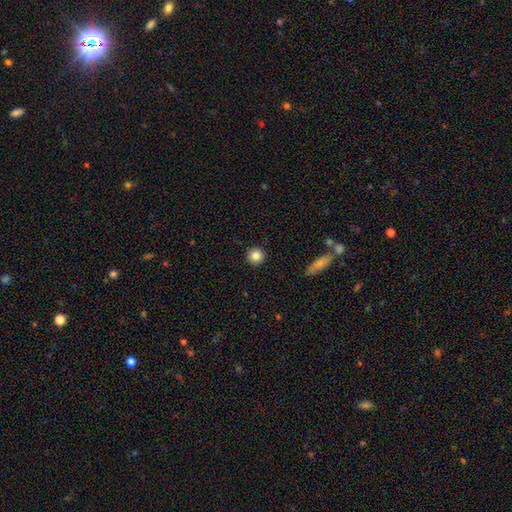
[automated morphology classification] A smooth galaxy with no disk features (84%) that is round (95%).

Vote fractions:
- Smooth or featured? smooth: 84% / star or artifact: 10% / featured or disk: 6%
- How rounded? round: 95% / in between: 4% / cigar-shaped: 1%
- Merging? none: 92% / minor disturbance: 5% / major disturbance: 2% / merger: 1%